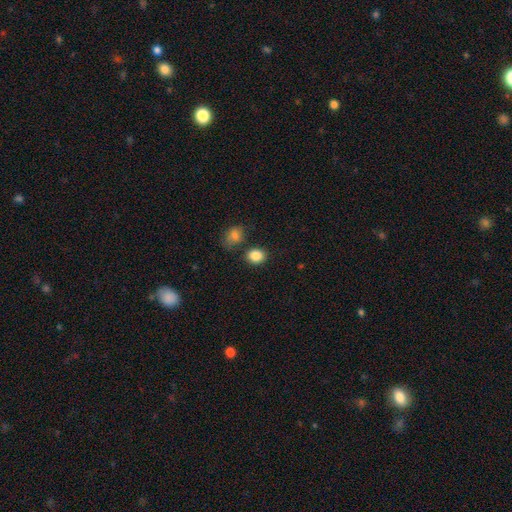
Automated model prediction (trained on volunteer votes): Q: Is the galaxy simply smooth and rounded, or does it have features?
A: smooth — 86%.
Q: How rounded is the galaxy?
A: round — 60%.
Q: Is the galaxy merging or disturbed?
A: none — 78%.